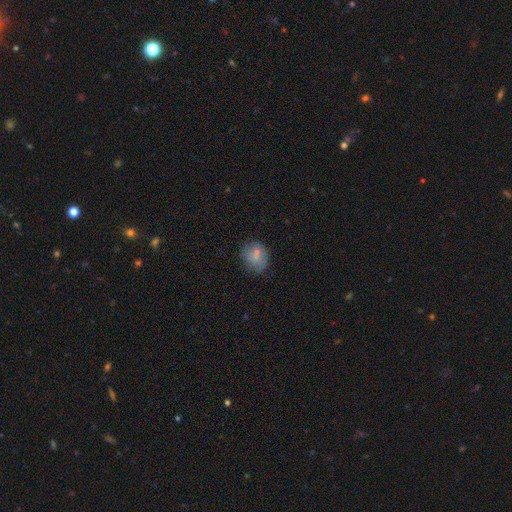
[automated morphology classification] The model was most divided on "how rounded": round: 59%, in between: 39%, cigar-shaped: 1%. More confident: smooth or featured — smooth (71%); merging — none (61%).